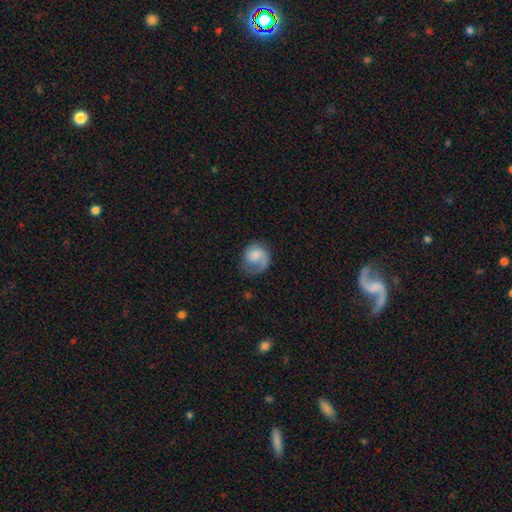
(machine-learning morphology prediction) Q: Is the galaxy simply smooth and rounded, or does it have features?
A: featured or disk — 49%.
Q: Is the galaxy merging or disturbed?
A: none — 52%.